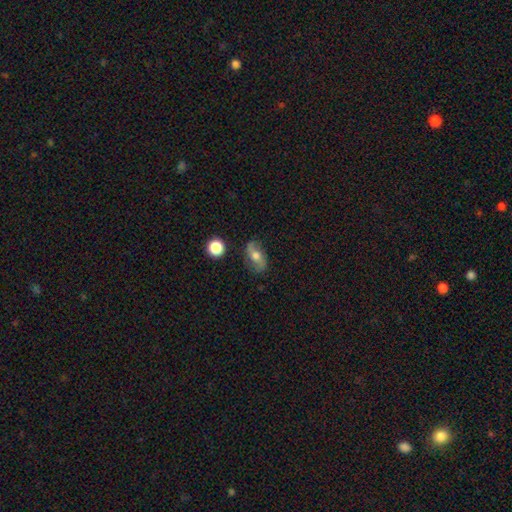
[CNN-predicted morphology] A featured or disk galaxy (46%).

Vote fractions:
- Smooth or featured? featured or disk: 46% / smooth: 44% / star or artifact: 10%
- Merging? none: 70% / minor disturbance: 20% / major disturbance: 7% / merger: 3%